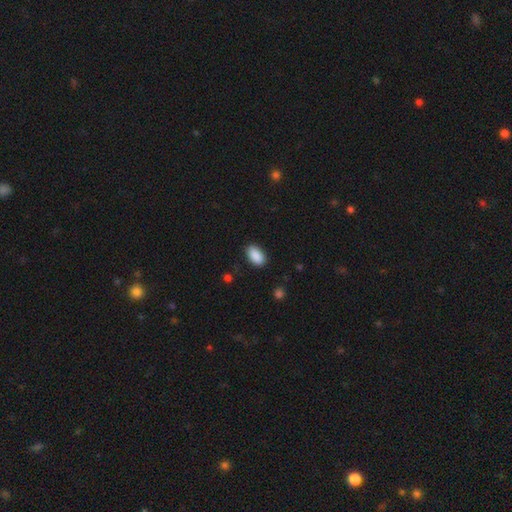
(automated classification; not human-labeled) The model was most divided on "merging": none: 86%, minor disturbance: 10%, major disturbance: 2%, merger: 1%. More confident: how rounded — in between (93%); smooth or featured — smooth (90%).